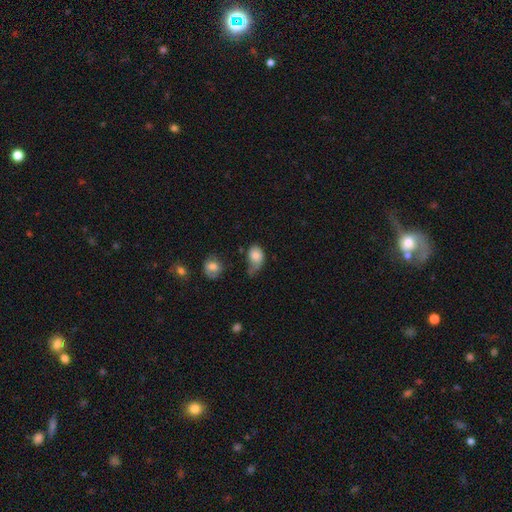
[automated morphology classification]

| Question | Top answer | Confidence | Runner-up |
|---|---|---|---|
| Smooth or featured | smooth | 80% | featured or disk (12%) |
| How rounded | in between | 63% | round (36%) |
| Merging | minor disturbance | 36% | major disturbance (28%) |